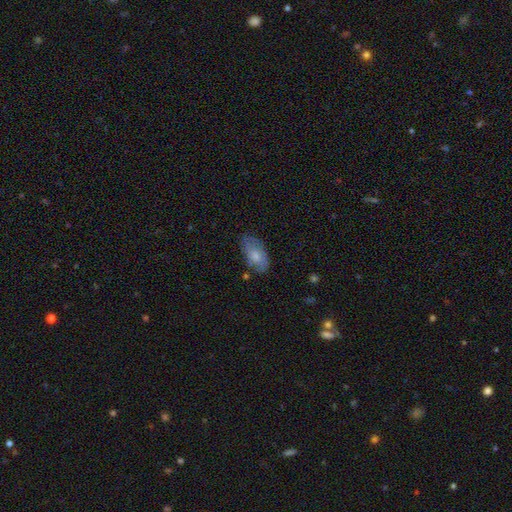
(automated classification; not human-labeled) Smooth or featured? Predicted: smooth (p=0.67). How rounded? Predicted: in between (p=0.93). Merging? Predicted: none (p=0.66).